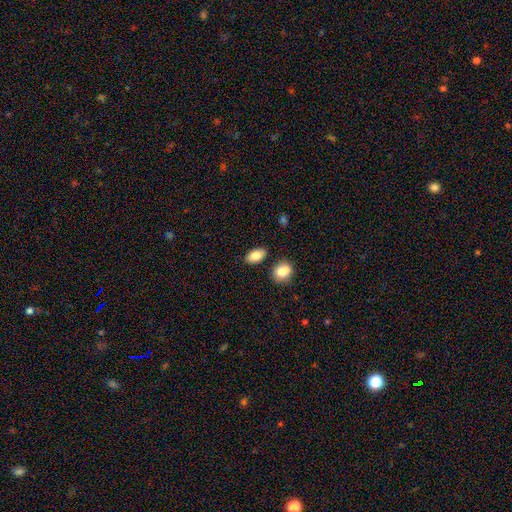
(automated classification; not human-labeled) Smooth or featured? smooth (84%)
How rounded? in between (91%)
Merging? none (80%)